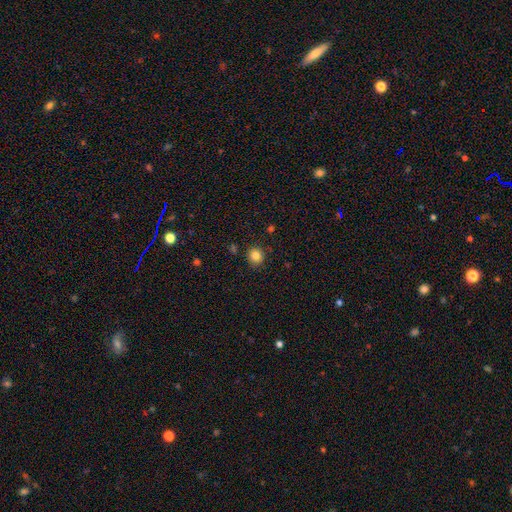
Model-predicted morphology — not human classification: smooth_or_featured: smooth (p=0.82) [alt: star or artifact p=0.12]
how_rounded: round (p=0.89) [alt: in between p=0.10]
merging: none (p=0.89) [alt: minor disturbance p=0.07]